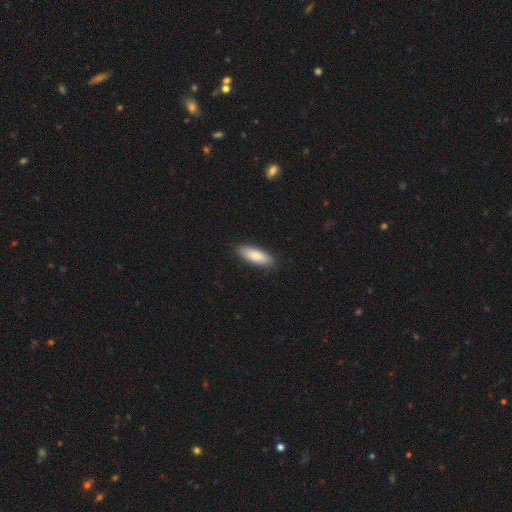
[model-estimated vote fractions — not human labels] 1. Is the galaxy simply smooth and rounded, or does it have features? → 85% smooth, 9% featured or disk, 5% star or artifact.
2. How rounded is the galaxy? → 62% in between, 36% cigar-shaped, 2% round.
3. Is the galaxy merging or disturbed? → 89% none, 8% minor disturbance, 2% major disturbance, 1% merger.